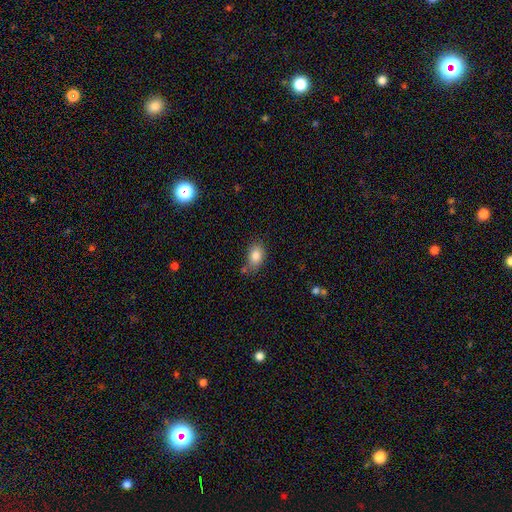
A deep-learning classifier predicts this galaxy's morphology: A smooth galaxy with no disk features (84%) that is in between round and cigar-shaped (82%). Merging: none (61%).